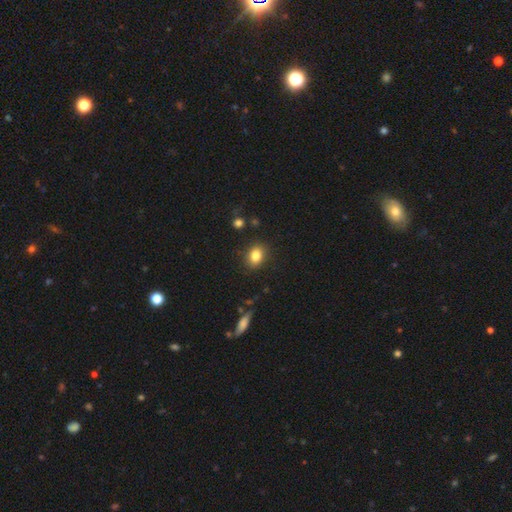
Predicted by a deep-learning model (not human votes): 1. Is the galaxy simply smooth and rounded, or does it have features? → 84% smooth, 10% star or artifact, 6% featured or disk.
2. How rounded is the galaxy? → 57% in between, 42% round, 1% cigar-shaped.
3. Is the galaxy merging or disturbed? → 85% none, 10% minor disturbance, 3% major disturbance, 2% merger.